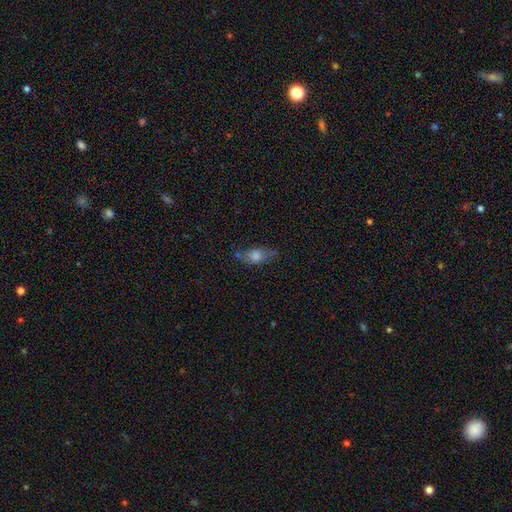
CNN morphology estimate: smooth 66%, featured or disk 25%, star or artifact 10%. Down the decision tree: how rounded — in between (80%); merging — none (53%).